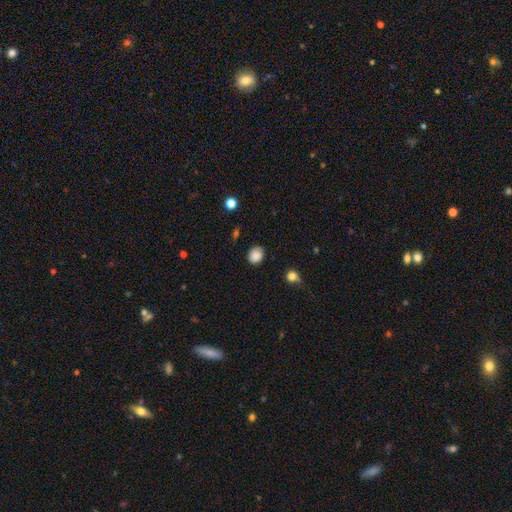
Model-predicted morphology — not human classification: Overall: smooth (85%). How rounded: round (67%; in between 32%). Merging: none (76%).